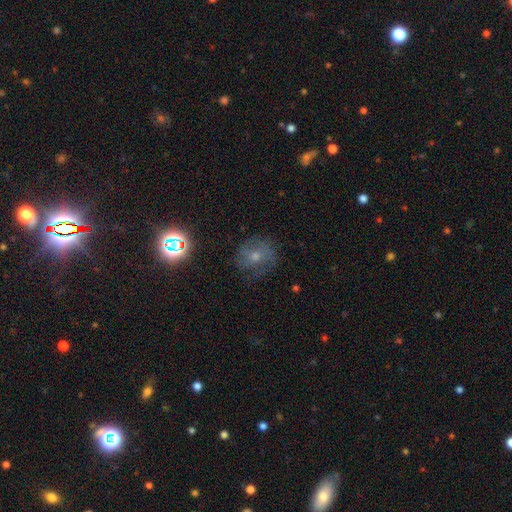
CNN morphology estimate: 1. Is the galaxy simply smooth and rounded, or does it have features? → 40% smooth, 38% featured or disk, 22% star or artifact.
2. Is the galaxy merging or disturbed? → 66% none, 20% minor disturbance, 12% major disturbance, 2% merger.